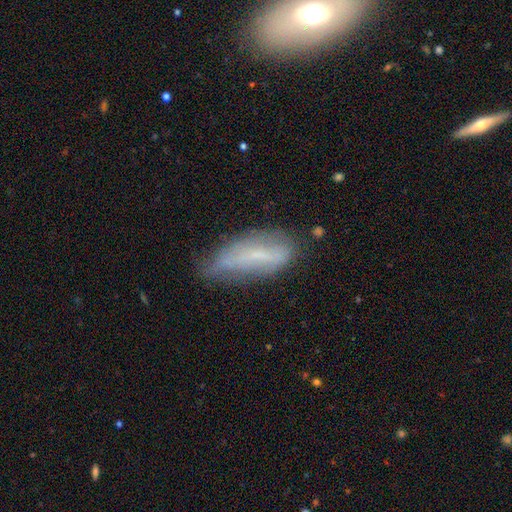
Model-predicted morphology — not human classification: Overall: smooth (48%; featured or disk 42%). Merging: none (52%; minor disturbance 33%).